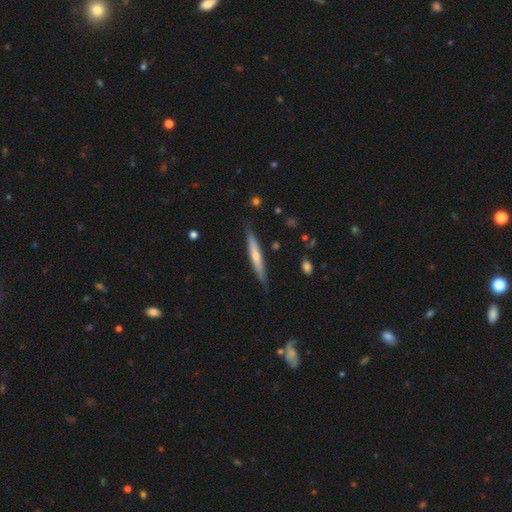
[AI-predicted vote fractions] A smooth galaxy with no disk features (48%).

Vote fractions:
- Smooth or featured? smooth: 48% / featured or disk: 47% / star or artifact: 6%
- Merging? none: 84% / minor disturbance: 13% / major disturbance: 2% / merger: 2%